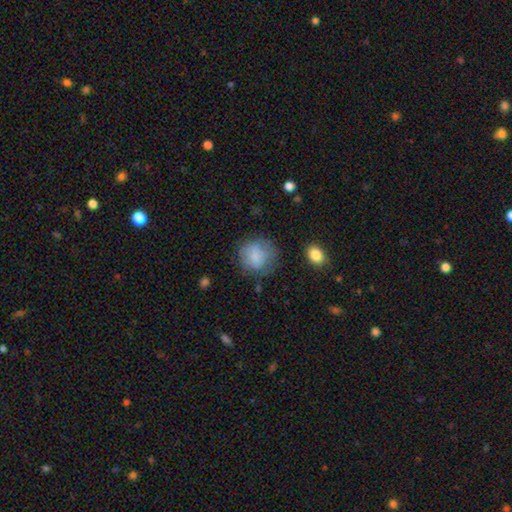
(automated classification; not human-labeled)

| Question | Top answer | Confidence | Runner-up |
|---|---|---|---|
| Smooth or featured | smooth | 80% | featured or disk (12%) |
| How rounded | round | 86% | in between (13%) |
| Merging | none | 66% | minor disturbance (22%) |